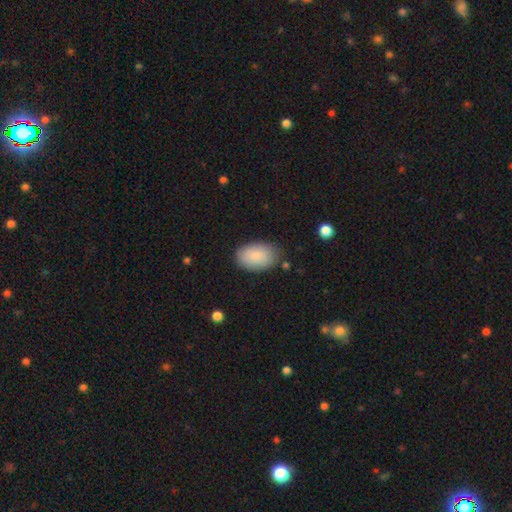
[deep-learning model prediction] Smooth or featured? smooth (85%)
How rounded? in between (93%)
Merging? none (79%)